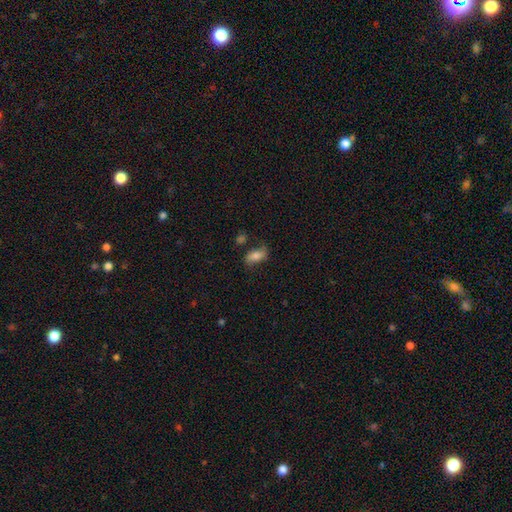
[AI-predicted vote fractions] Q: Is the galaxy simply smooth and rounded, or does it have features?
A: smooth — 67%.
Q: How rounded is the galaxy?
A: in between — 88%.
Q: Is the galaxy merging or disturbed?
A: none — 61%.